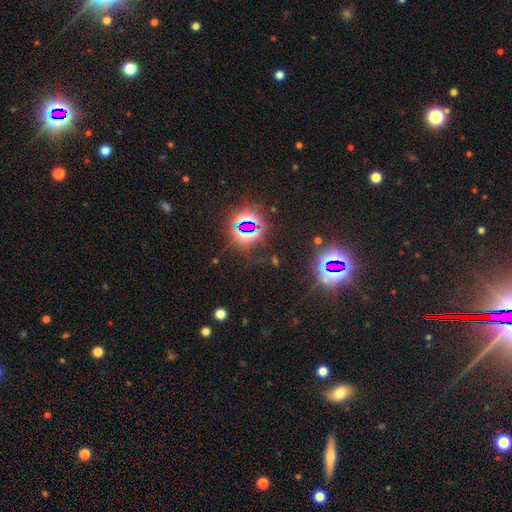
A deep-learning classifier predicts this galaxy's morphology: A star or artifact, not a galaxy (77%).

Vote fractions:
- Smooth or featured? star or artifact: 77% / smooth: 13% / featured or disk: 10%